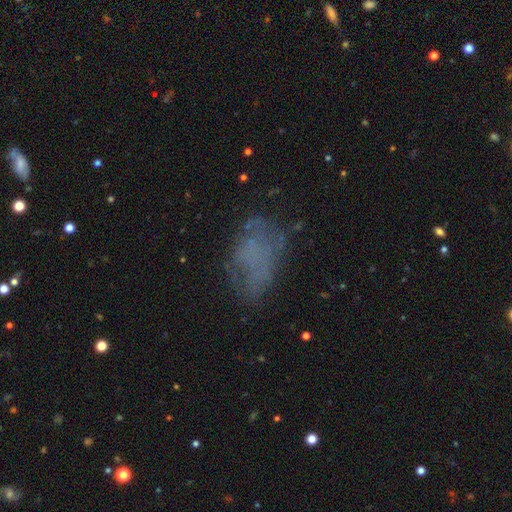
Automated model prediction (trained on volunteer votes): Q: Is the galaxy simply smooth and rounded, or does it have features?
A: smooth — 42%.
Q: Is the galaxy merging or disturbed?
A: none — 53%.